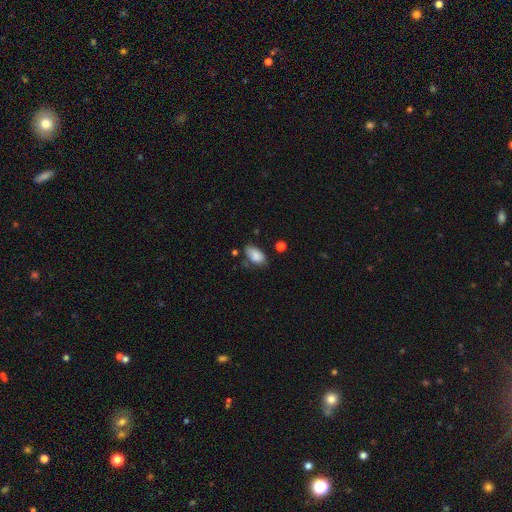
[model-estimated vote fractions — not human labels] Smooth or featured: smooth — 84% (featured or disk — 9%)
How rounded: in between — 93% (round — 5%)
Merging: none — 56% (minor disturbance — 31%)